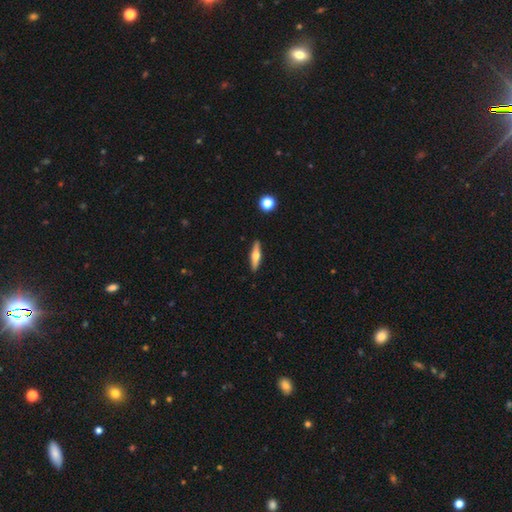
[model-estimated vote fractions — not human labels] Smooth or featured? featured or disk (53%)
Edge-on disk? yes (95%)
Edge-on bulge? rounded (92%)
Merging? none (90%)